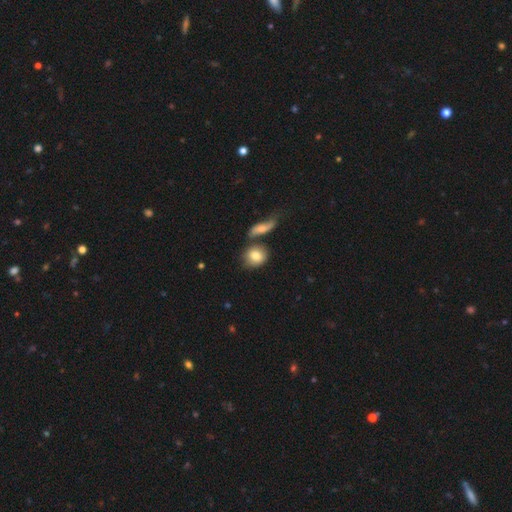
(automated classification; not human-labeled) Smooth or featured: smooth — 78% (featured or disk — 15%)
How rounded: round — 65% (in between — 32%)
Merging: none — 54% (merger — 26%)